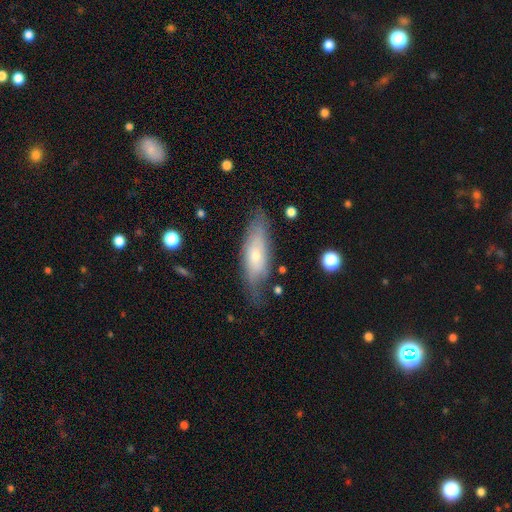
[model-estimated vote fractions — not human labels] Overall: smooth (50%; featured or disk 44%). Merging: none (68%).